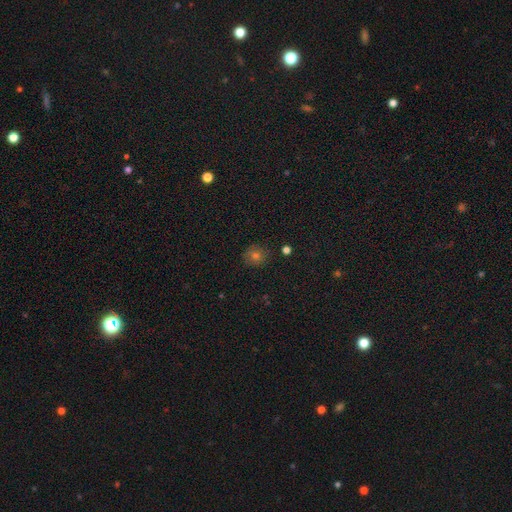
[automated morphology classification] This appears to be a smooth galaxy with no disk features (66%) that is round (83%). Merging: none (84%).